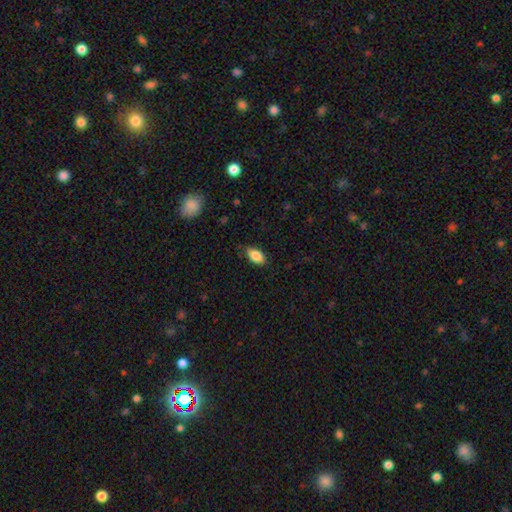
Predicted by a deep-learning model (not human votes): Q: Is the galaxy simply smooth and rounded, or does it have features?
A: smooth — 86%.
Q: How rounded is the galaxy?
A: in between — 92%.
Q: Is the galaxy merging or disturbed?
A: none — 80%.